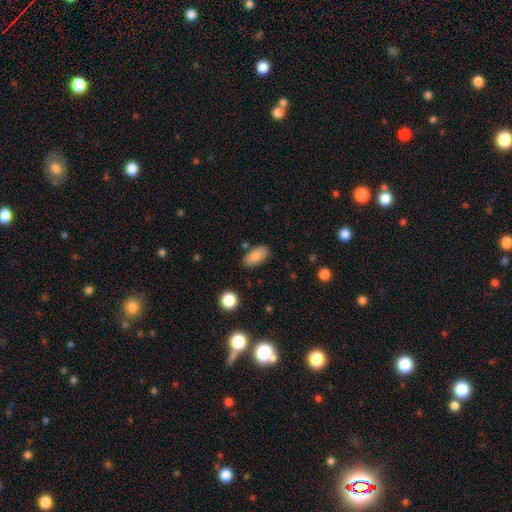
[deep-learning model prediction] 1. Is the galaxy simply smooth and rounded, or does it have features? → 86% smooth, 7% star or artifact, 7% featured or disk.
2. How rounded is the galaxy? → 93% in between, 4% cigar-shaped, 3% round.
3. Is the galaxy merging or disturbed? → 83% none, 11% minor disturbance, 3% merger, 3% major disturbance.